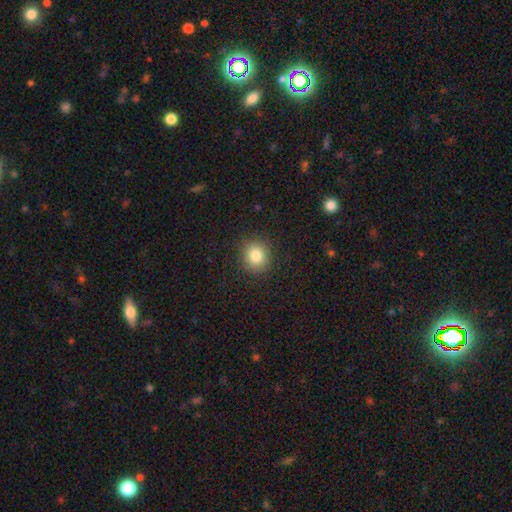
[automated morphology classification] A smooth galaxy with no disk features (82%) that is round (83%). Merging: none (89%).